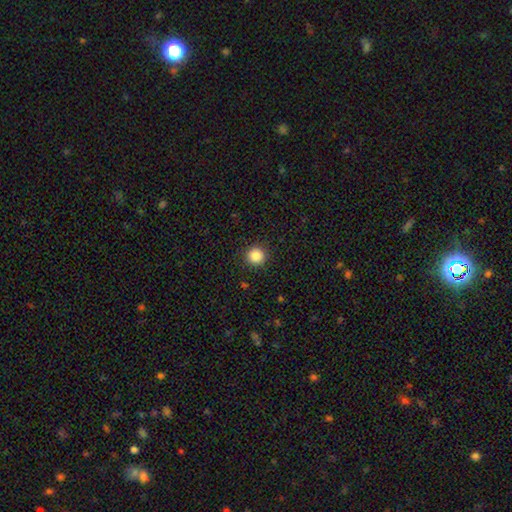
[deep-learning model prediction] Smooth or featured? smooth (86%)
How rounded? round (95%)
Merging? none (92%)